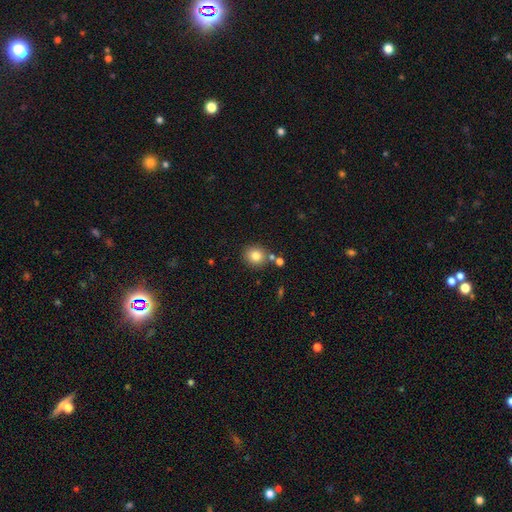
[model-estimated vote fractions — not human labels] Morphology: type=smooth (82%); roundness=round (82%); merging=none (77%).